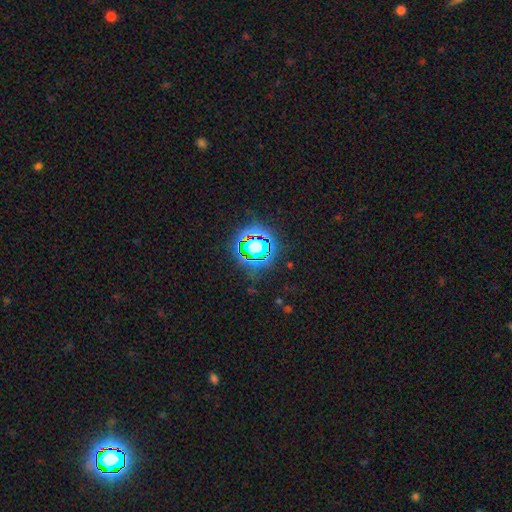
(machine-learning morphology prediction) The model was most divided on "smooth or featured": star or artifact: 81%, smooth: 12%, featured or disk: 7%.